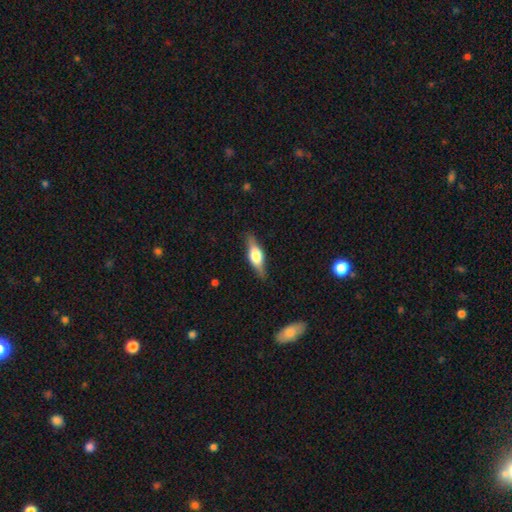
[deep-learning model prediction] Smooth or featured?
  - featured or disk: 59% *
  - smooth: 34%
  - star or artifact: 7%
Edge-on disk?
  - yes: 94% *
  - no: 6%
Edge-on bulge?
  - rounded: 88% *
  - boxy: 10%
  - none: 2%
Merging?
  - none: 85% *
  - minor disturbance: 11%
  - major disturbance: 3%
  - merger: 1%